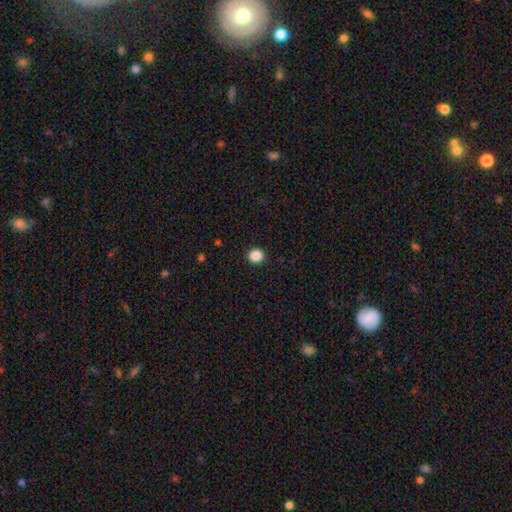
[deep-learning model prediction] Smooth or featured: smooth — 87% (star or artifact — 10%)
How rounded: round — 82% (in between — 17%)
Merging: none — 92% (minor disturbance — 5%)